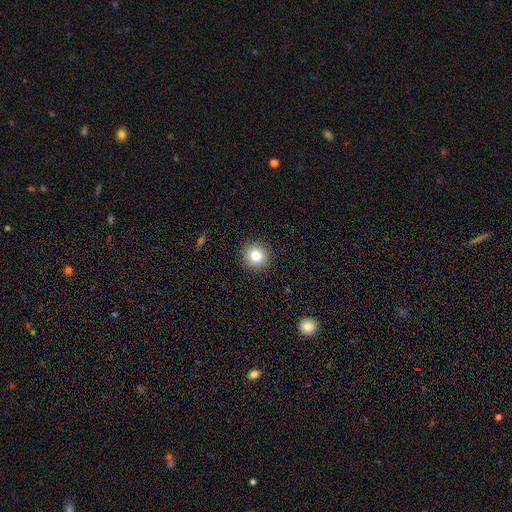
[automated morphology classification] smooth_or_featured: smooth (p=0.81) [alt: star or artifact p=0.11]
how_rounded: round (p=0.95) [alt: in between p=0.04]
merging: none (p=0.92) [alt: minor disturbance p=0.05]